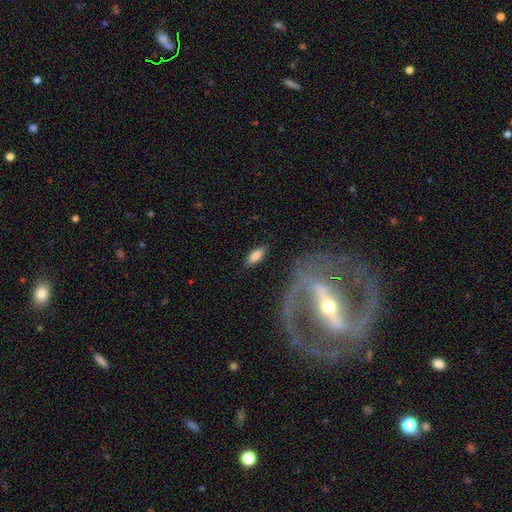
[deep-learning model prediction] Overall: smooth (75%). How rounded: in between (69%). Merging: none (80%).